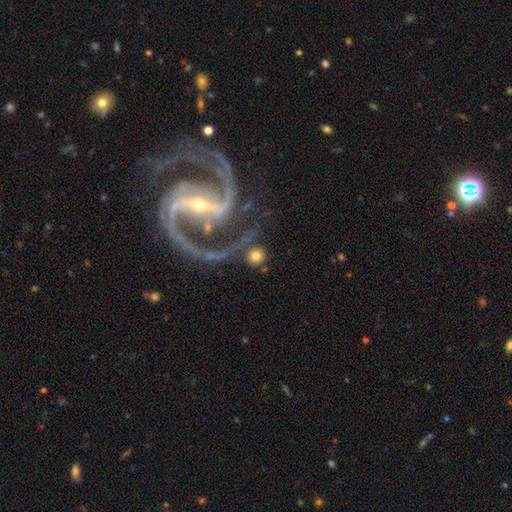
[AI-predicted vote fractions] smooth 68%, featured or disk 22%, star or artifact 10%. Down the decision tree: how rounded — round (91%); merging — none (70%).